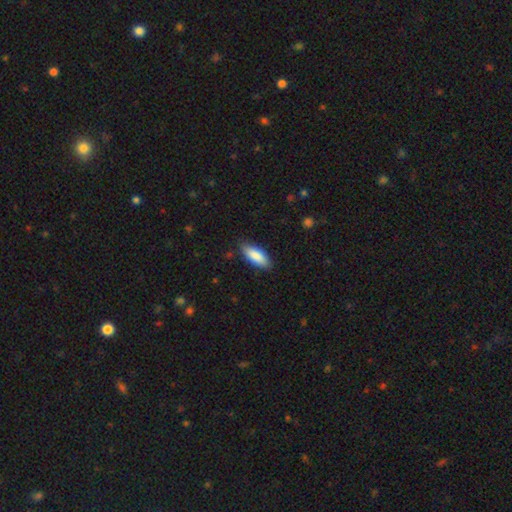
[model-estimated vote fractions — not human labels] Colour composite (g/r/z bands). It shows a smooth galaxy with no disk features (87%) that is in between round and cigar-shaped (77%). Merging: none (83%).